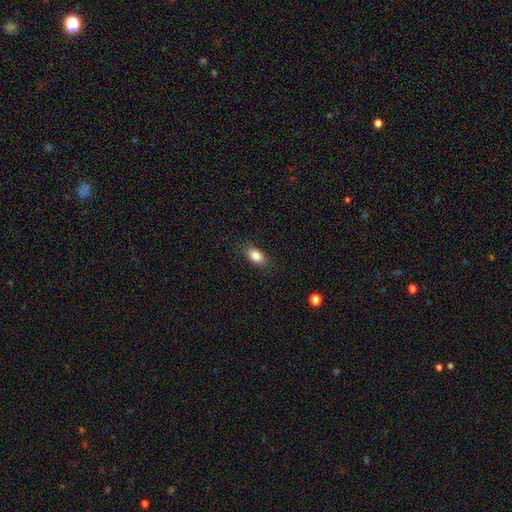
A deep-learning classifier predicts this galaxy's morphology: The model was most divided on "merging": none: 84%, minor disturbance: 12%, major disturbance: 3%, merger: 1%. More confident: how rounded — in between (87%); smooth or featured — smooth (84%).